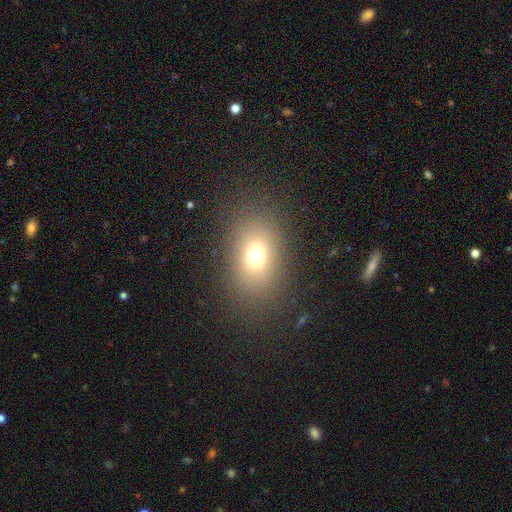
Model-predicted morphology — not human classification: smooth-or-featured: smooth: 70% | star or artifact: 17% | featured or disk: 12%
  how-rounded: in between: 69% | round: 30% | cigar-shaped: 1%
  merging: none: 83% | minor disturbance: 9% | major disturbance: 6% | merger: 1%